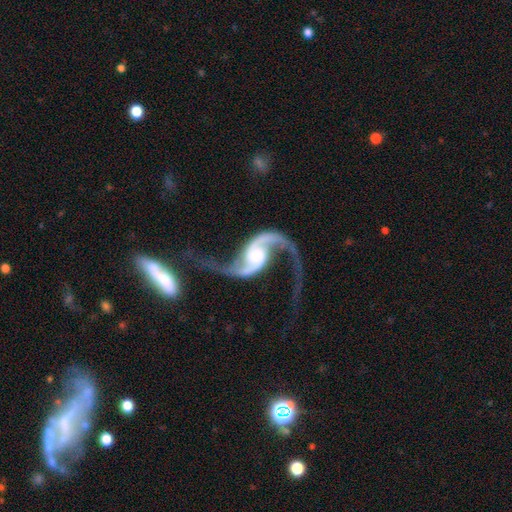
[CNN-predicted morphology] Smooth or featured: featured or disk — 93% (star or artifact — 4%)
Edge-on disk: no — 98% (yes — 2%)
Bar: no — 52% (weak — 31%)
Spiral arms: yes — 98% (no — 2%)
Spiral winding: loose — 86% (medium — 11%)
Spiral arm count: 2 — 95% (1 — 1%)
Bulge size: none — 26% (tied with large — 26%)
Merging: none — 59% (major disturbance — 19%)